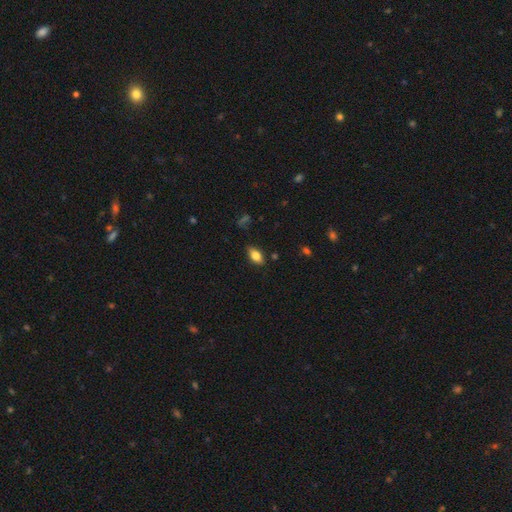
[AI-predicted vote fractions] smooth 79%, featured or disk 13%, star or artifact 8%. Down the decision tree: how rounded — in between (89%); merging — none (84%).